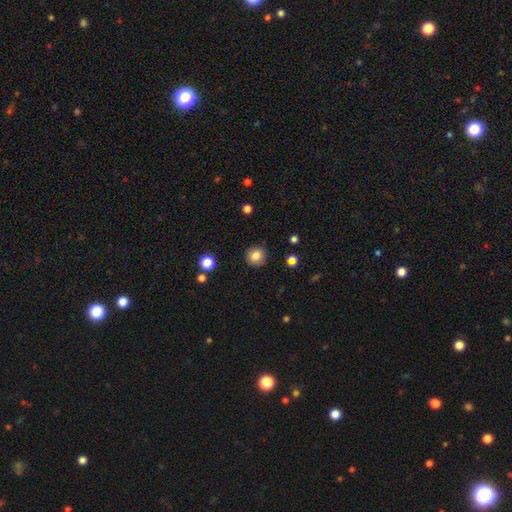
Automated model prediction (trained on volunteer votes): This appears to be a smooth galaxy with no disk features (82%) that is round (92%). Merging: none (88%).